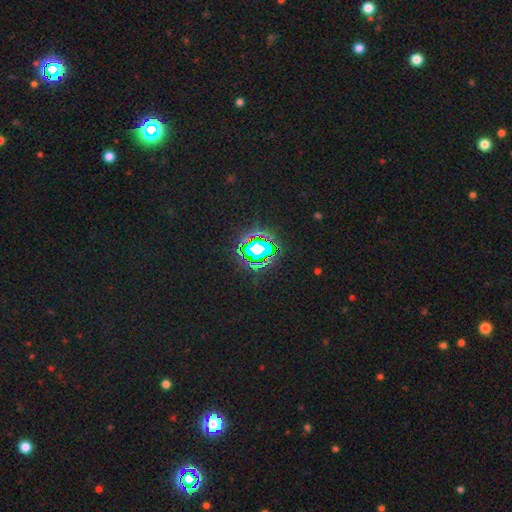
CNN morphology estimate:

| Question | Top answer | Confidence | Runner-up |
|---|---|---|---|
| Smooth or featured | star or artifact | 72% | smooth (15%) |